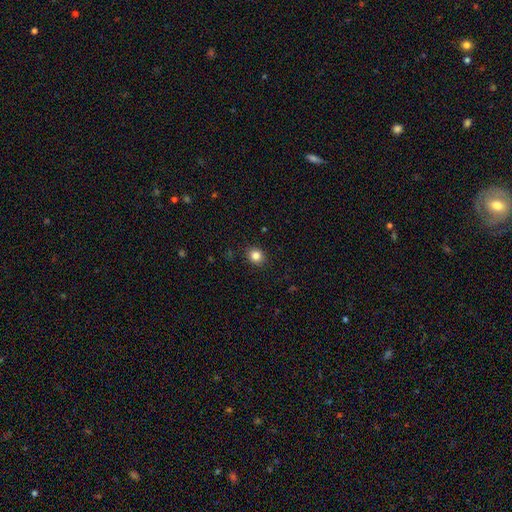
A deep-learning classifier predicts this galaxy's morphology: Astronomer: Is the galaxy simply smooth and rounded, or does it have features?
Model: smooth — 83%.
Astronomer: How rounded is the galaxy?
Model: round — 79%.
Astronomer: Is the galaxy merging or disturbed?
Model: none — 90%.